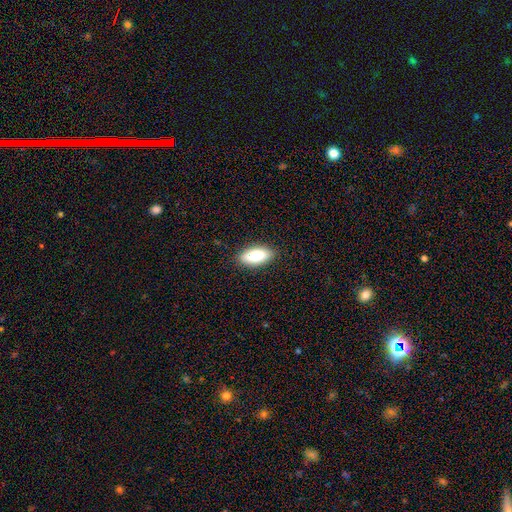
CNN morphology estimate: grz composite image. It shows a smooth galaxy with no disk features (82%) that is in between round and cigar-shaped (86%). Merging: none (88%).